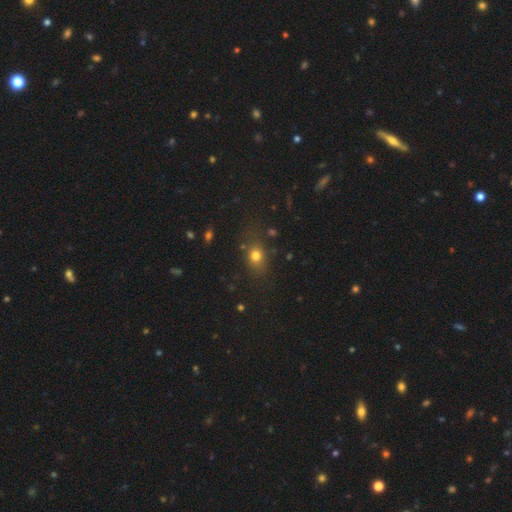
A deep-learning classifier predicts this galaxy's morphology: smooth-or-featured: smooth: 74% | star or artifact: 16% | featured or disk: 9%
  how-rounded: round: 52% | in between: 46% | cigar-shaped: 3%
  merging: none: 73% | minor disturbance: 17% | major disturbance: 7% | merger: 3%